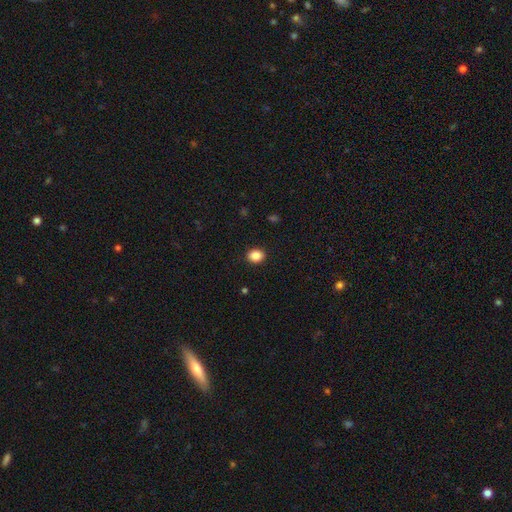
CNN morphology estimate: smooth 87%, star or artifact 9%, featured or disk 3%. Down the decision tree: how rounded — round (61%); merging — none (91%).